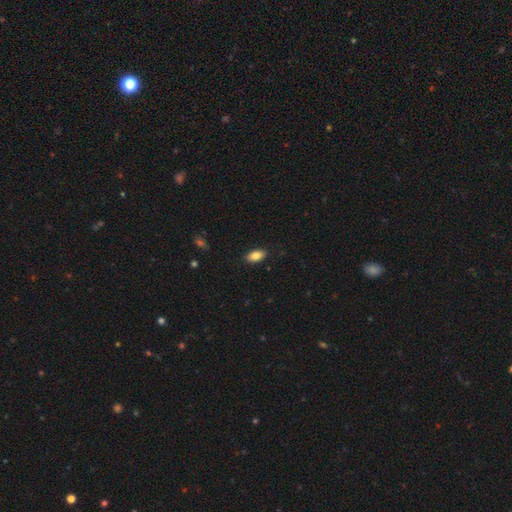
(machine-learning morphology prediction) smooth_or_featured: smooth (p=0.85) [alt: star or artifact p=0.08]
how_rounded: in between (p=0.91) [alt: cigar-shaped p=0.05]
merging: none (p=0.87) [alt: minor disturbance p=0.10]